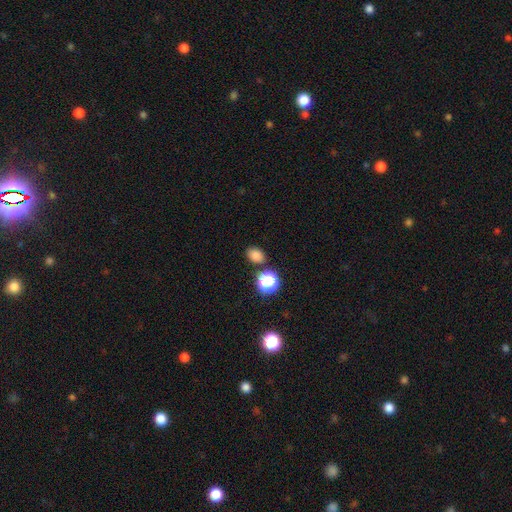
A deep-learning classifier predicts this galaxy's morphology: Smooth or featured? smooth (78%)
How rounded? in between (61%)
Merging? none (79%)